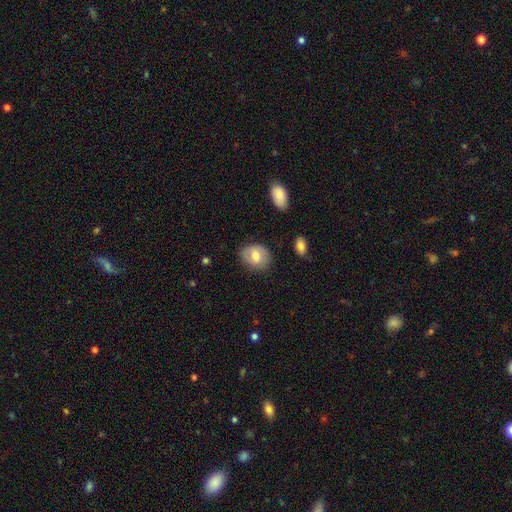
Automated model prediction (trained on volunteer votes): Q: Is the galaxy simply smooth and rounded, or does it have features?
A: smooth — 72%.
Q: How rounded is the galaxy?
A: round — 54%.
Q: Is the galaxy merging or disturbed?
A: none — 81%.